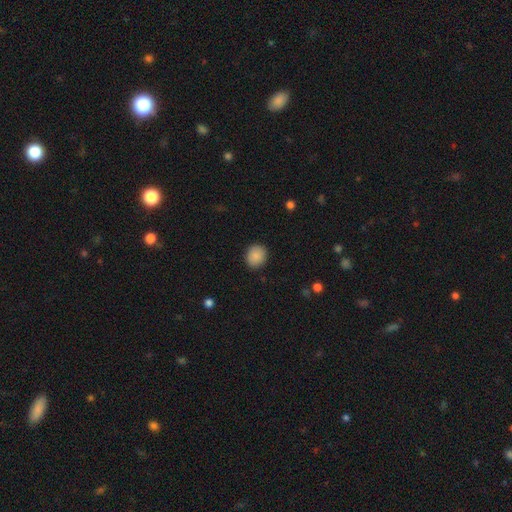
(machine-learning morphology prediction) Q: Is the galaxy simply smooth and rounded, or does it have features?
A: smooth — 89%.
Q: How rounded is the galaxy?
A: round — 75%.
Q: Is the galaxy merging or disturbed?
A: none — 90%.